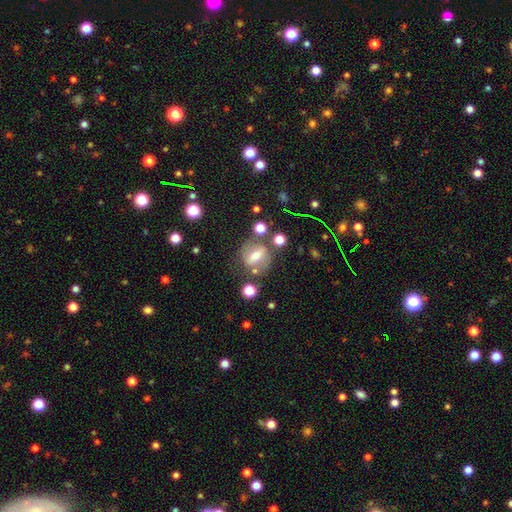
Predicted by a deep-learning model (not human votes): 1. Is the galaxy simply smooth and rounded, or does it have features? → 49% featured or disk, 40% smooth, 12% star or artifact.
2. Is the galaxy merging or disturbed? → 66% none, 16% minor disturbance, 10% merger, 9% major disturbance.